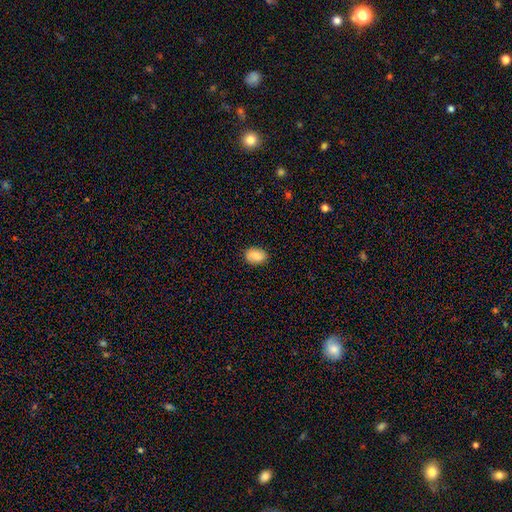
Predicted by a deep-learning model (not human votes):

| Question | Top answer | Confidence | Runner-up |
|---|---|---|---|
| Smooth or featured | smooth | 84% | featured or disk (9%) |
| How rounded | in between | 83% | round (15%) |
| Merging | none | 86% | minor disturbance (11%) |